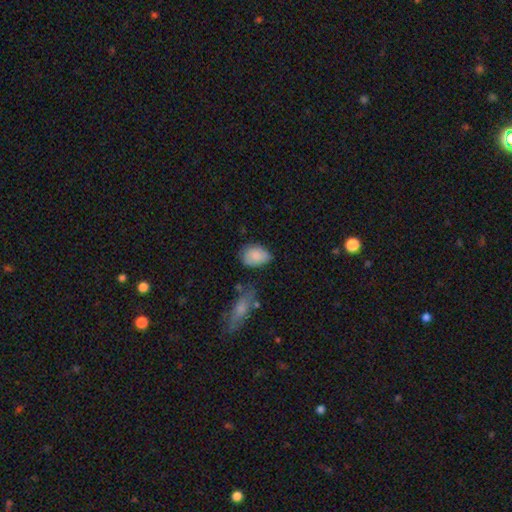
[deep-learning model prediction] Q: Smooth or featured?
A: smooth (84%); runner-up: featured or disk (9%)
Q: How rounded?
A: in between (81%); runner-up: round (17%)
Q: Merging?
A: none (60%); runner-up: minor disturbance (29%)